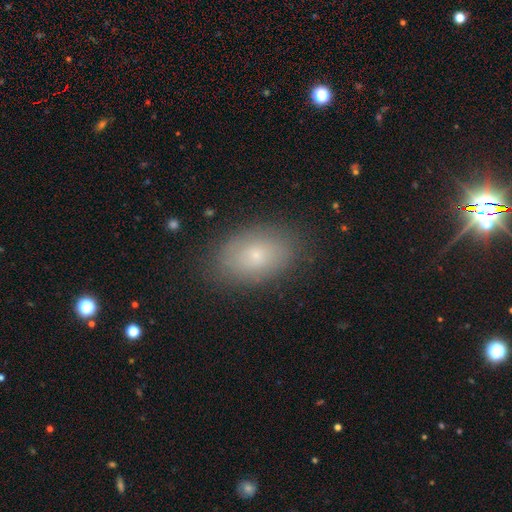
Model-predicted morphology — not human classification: Smooth or featured: smooth — 66% (featured or disk — 24%)
How rounded: in between — 88% (round — 11%)
Merging: none — 83% (minor disturbance — 12%)